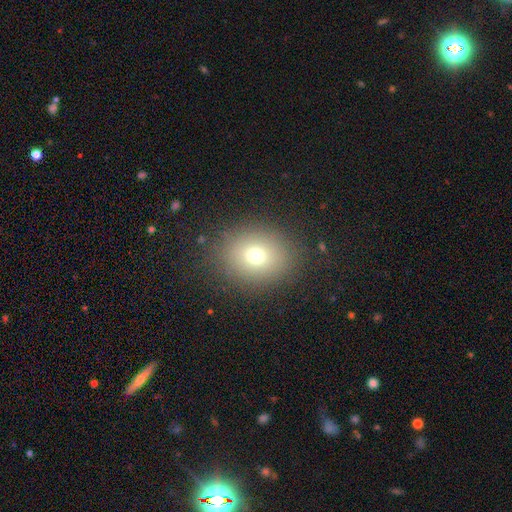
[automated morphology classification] smooth_or_featured: smooth (p=0.71) [alt: star or artifact p=0.16]
how_rounded: round (p=0.58) [alt: in between p=0.41]
merging: none (p=0.86) [alt: minor disturbance p=0.09]